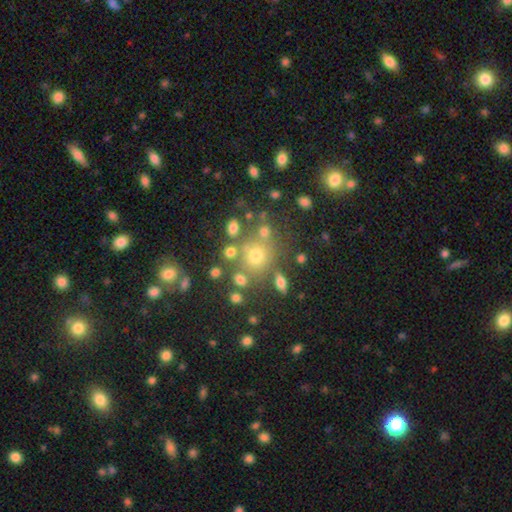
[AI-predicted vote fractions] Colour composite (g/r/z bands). It shows a smooth galaxy with no disk features (62%) that is round (81%). Merging: none (67%).